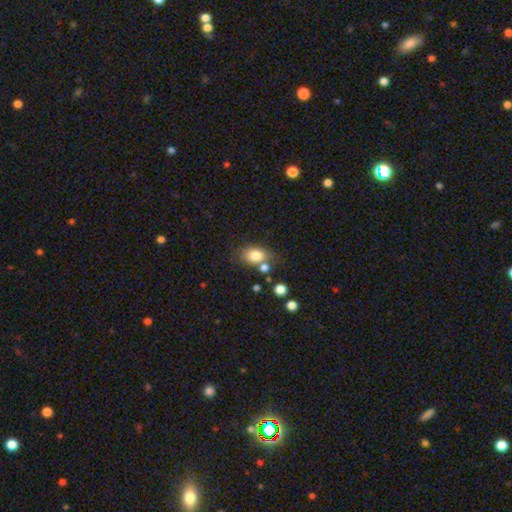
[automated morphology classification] smooth 80%, featured or disk 11%, star or artifact 10%. Down the decision tree: how rounded — in between (73%); merging — none (58%).